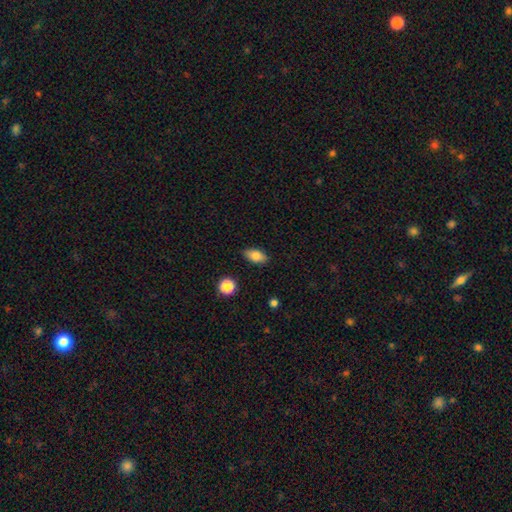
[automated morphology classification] A smooth galaxy with no disk features (80%) that is in between round and cigar-shaped (88%). Merging: none (87%).